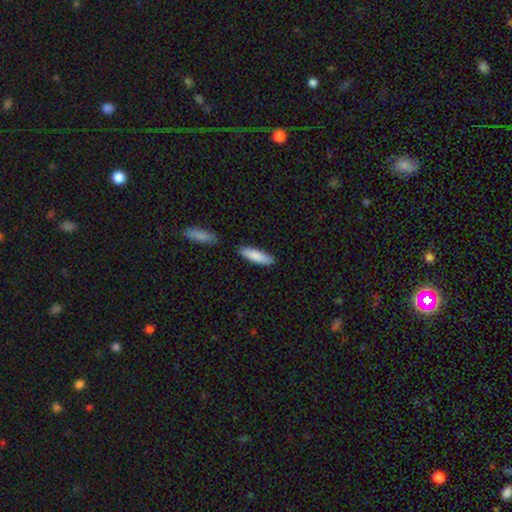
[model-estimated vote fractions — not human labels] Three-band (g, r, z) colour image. It shows a smooth galaxy with no disk features (85%) that is cigar-shaped (56%). Merging: none (81%).